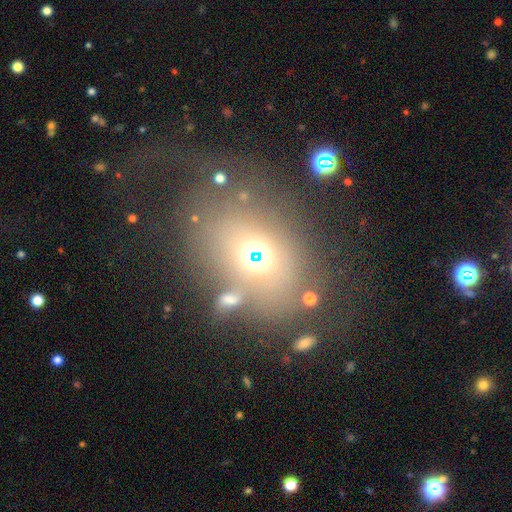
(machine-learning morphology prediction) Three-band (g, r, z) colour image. It shows a smooth galaxy with no disk features (45%). Merging: none (45%).